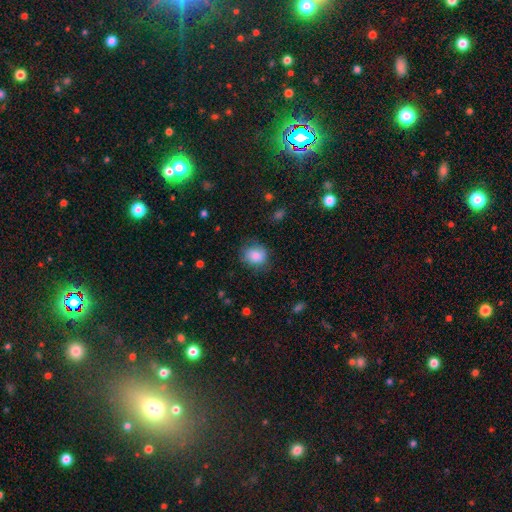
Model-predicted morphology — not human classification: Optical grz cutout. It shows a smooth galaxy with no disk features (81%) that is round (68%). Merging: none (68%).